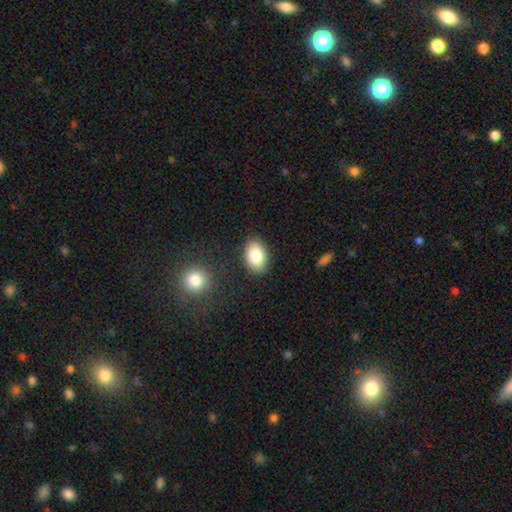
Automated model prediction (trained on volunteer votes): The model was most divided on "how rounded": in between: 85%, round: 14%, cigar-shaped: 1%. More confident: merging — none (85%); smooth or featured — smooth (83%).